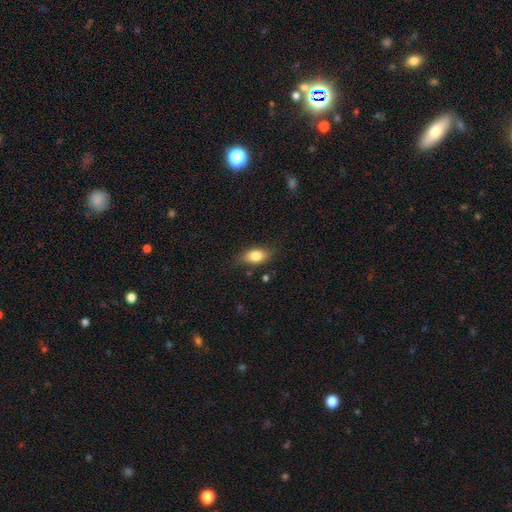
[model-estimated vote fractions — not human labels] This appears to be a smooth galaxy with no disk features (79%) that is in between round and cigar-shaped (84%). Merging: none (77%).